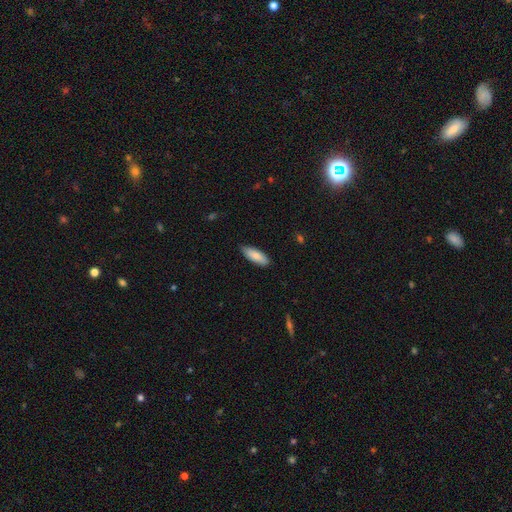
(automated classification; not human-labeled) smooth-or-featured: smooth: 85% | featured or disk: 10% | star or artifact: 6%
  how-rounded: in between: 66% | cigar-shaped: 32% | round: 2%
  merging: none: 85% | minor disturbance: 12% | major disturbance: 2% | merger: 1%